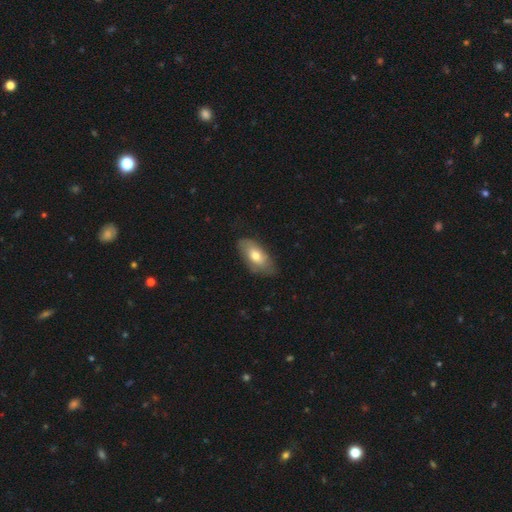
Smooth or featured? 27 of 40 (68%) said smooth. How rounded? 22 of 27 (81%) said in between. Merging? 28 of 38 (74%) said none.